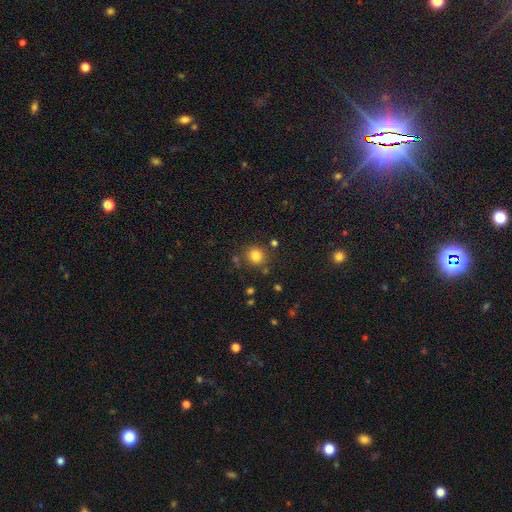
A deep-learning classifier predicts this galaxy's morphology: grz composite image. It shows a smooth galaxy with no disk features (82%) that is round (87%). Merging: none (80%).